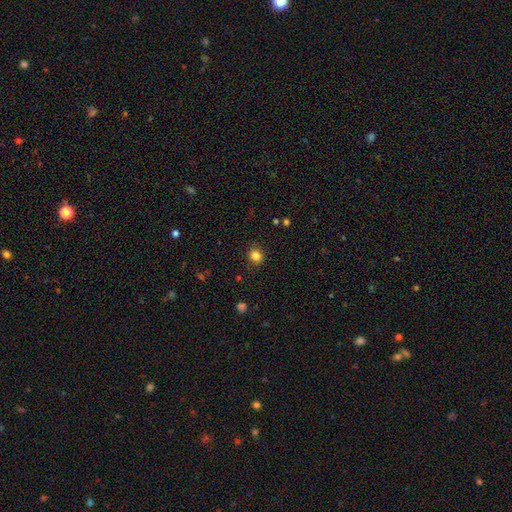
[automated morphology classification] Overall: smooth (84%). How rounded: round (78%). Merging: none (86%).